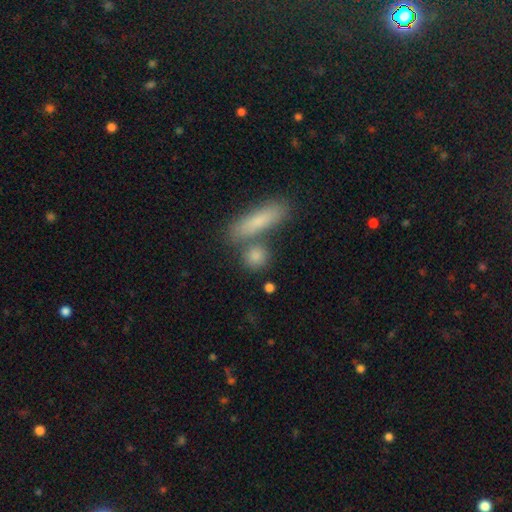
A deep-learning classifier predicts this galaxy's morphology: Smooth or featured?
  - smooth: 82% *
  - featured or disk: 10%
  - star or artifact: 8%
How rounded?
  - round: 59% *
  - in between: 25%
  - cigar-shaped: 16%
Merging?
  - none: 63% *
  - merger: 20%
  - minor disturbance: 11%
  - major disturbance: 5%